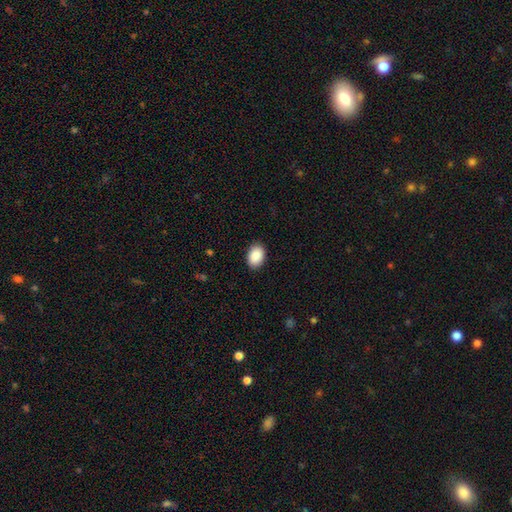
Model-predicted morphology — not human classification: smooth 90%, star or artifact 7%, featured or disk 3%. Down the decision tree: how rounded — in between (85%); merging — none (89%).